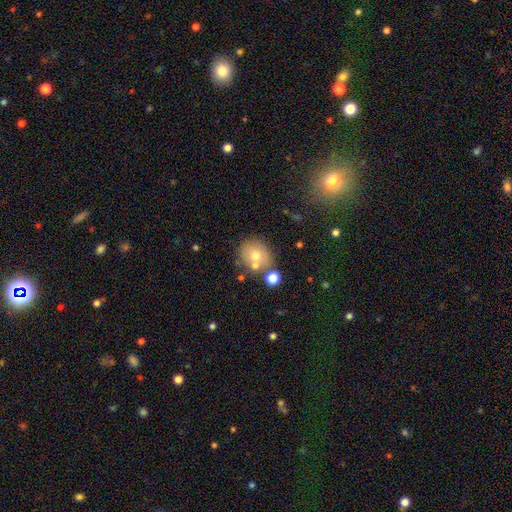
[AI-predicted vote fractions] Q: Smooth or featured?
A: smooth (68%); runner-up: featured or disk (21%)
Q: How rounded?
A: round (82%); runner-up: in between (17%)
Q: Merging?
A: none (62%); runner-up: merger (22%)